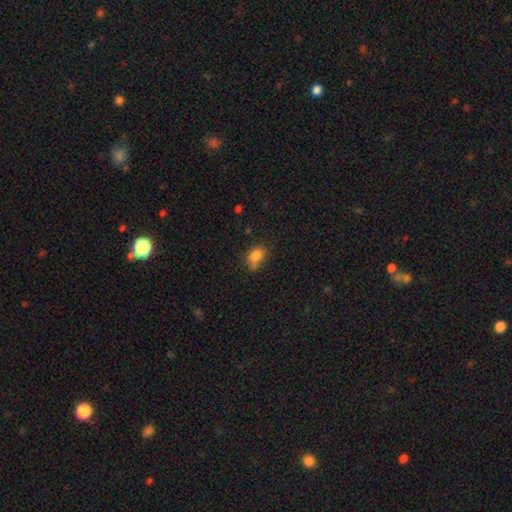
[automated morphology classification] smooth 81%, star or artifact 11%, featured or disk 8%. Down the decision tree: how rounded — in between (66%); merging — none (51%).